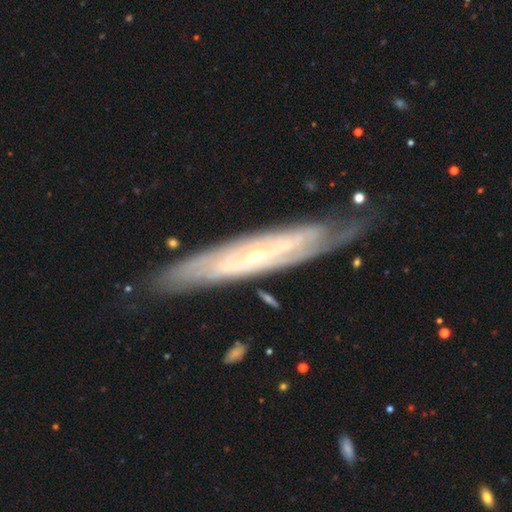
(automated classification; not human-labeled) The model was most divided on "edge-on disk": no: 61%, yes: 39%. More confident: spiral arms — yes (89%); bulge size — small (83%); smooth or featured — featured or disk (82%); merging — none (77%); bar — no (69%).